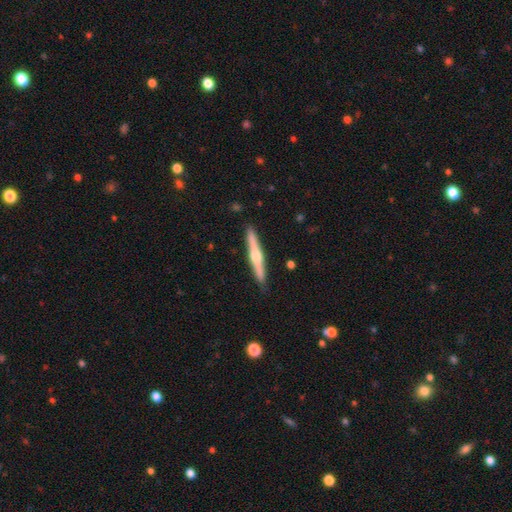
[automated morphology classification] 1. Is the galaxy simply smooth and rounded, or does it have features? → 67% featured or disk, 27% smooth, 5% star or artifact.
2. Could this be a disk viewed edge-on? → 98% yes, 2% no.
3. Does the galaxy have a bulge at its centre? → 86% rounded, 8% none, 6% boxy.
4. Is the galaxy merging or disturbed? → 90% none, 7% minor disturbance, 1% major disturbance, 1% merger.